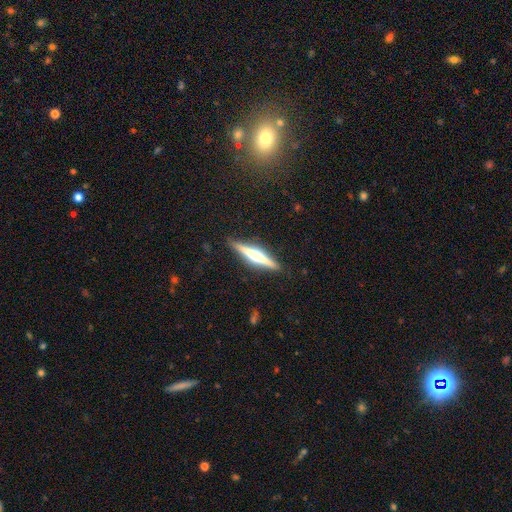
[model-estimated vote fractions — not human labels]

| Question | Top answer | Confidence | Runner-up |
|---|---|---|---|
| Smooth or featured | featured or disk | 69% | smooth (25%) |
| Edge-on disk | yes | 98% | no (2%) |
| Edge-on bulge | rounded | 82% | boxy (10%) |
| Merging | none | 90% | minor disturbance (8%) |